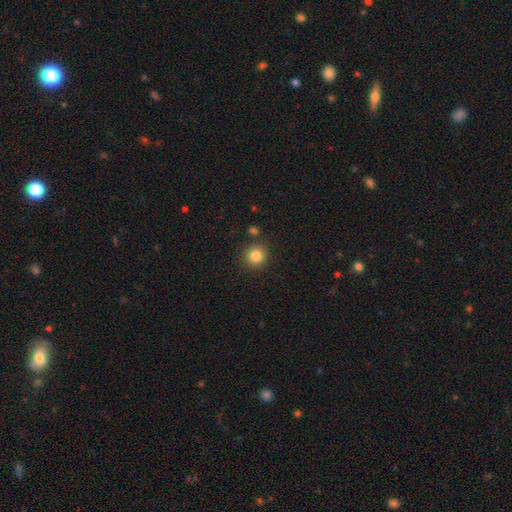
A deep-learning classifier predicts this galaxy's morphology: Smooth or featured?
  - smooth: 84% *
  - star or artifact: 11%
  - featured or disk: 5%
How rounded?
  - round: 92% *
  - in between: 7%
  - cigar-shaped: 1%
Merging?
  - none: 86% *
  - minor disturbance: 7%
  - merger: 4%
  - major disturbance: 2%